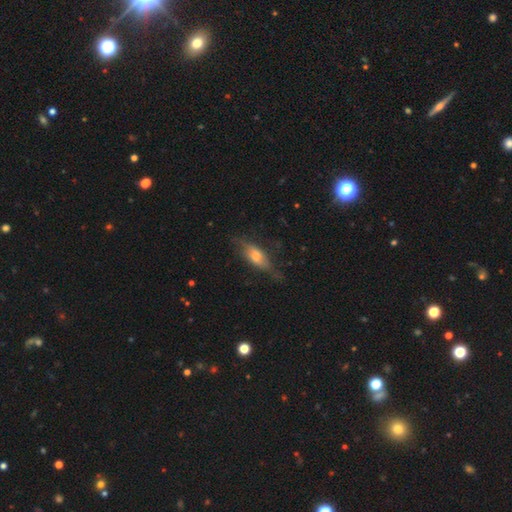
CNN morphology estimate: Smooth or featured: featured or disk — 45% (smooth — 44%)
Merging: none — 60% (minor disturbance — 25%)